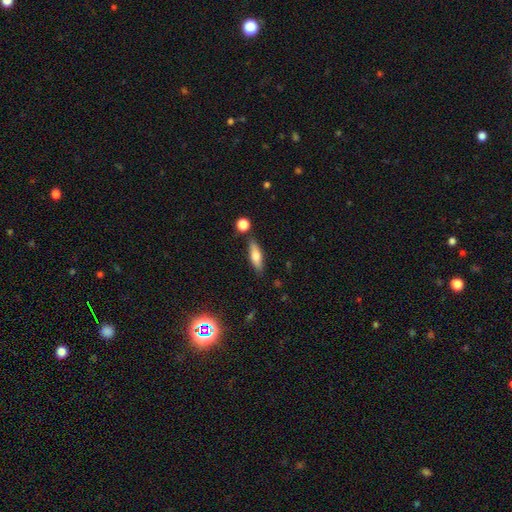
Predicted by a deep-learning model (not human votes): smooth_or_featured: smooth (p=0.63) [alt: featured or disk p=0.29]
how_rounded: cigar-shaped (p=0.53) [alt: in between p=0.44]
merging: none (p=0.79) [alt: minor disturbance p=0.12]